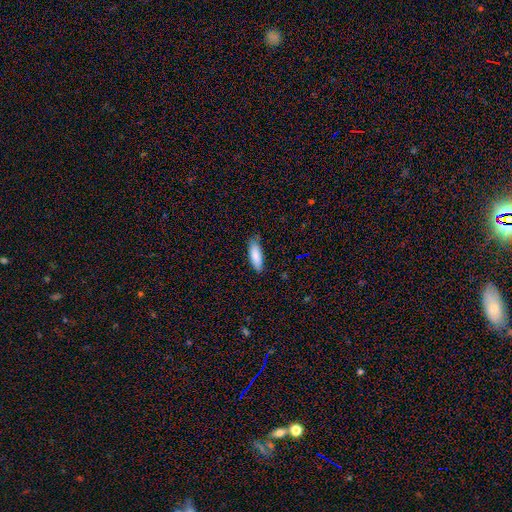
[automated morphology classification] Smooth or featured? Predicted: smooth (p=0.87). How rounded? Predicted: in between (p=0.59). Merging? Predicted: none (p=0.78).